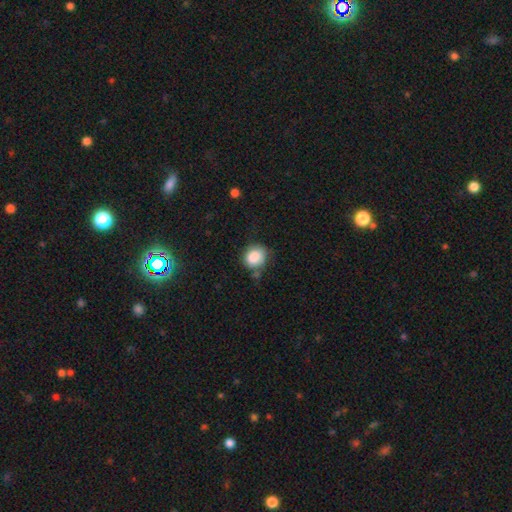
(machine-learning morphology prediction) A smooth galaxy with no disk features (87%) that is round (69%). Merging: none (68%).